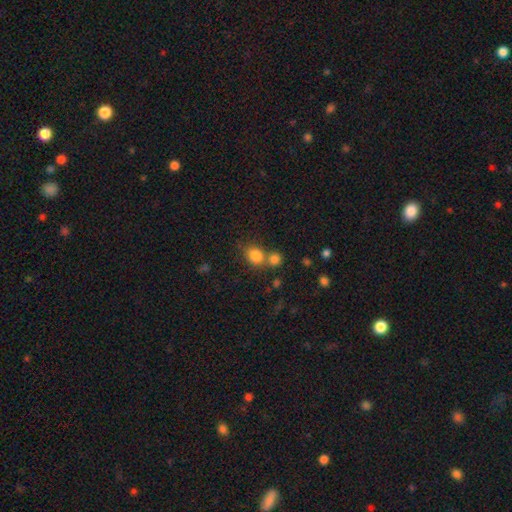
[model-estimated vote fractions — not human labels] Morphology: type=smooth (82%); roundness=round (66%); merging=none (52%).